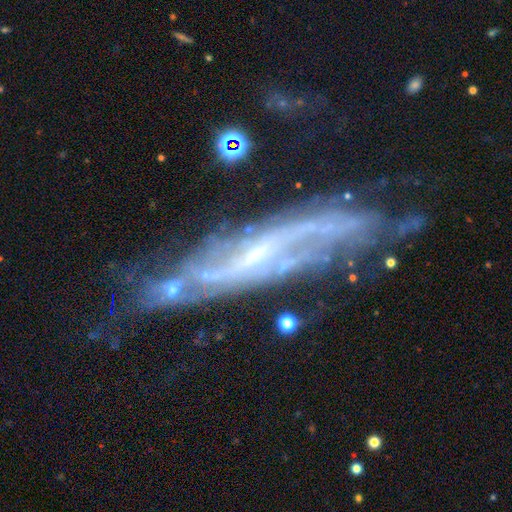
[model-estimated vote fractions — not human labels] featured or disk 84%, star or artifact 9%, smooth 8%. Down the decision tree: edge-on disk — no (66%); bar — weak (38%); spiral arms — yes (89%); bulge size — small (63%); merging — none (54%).